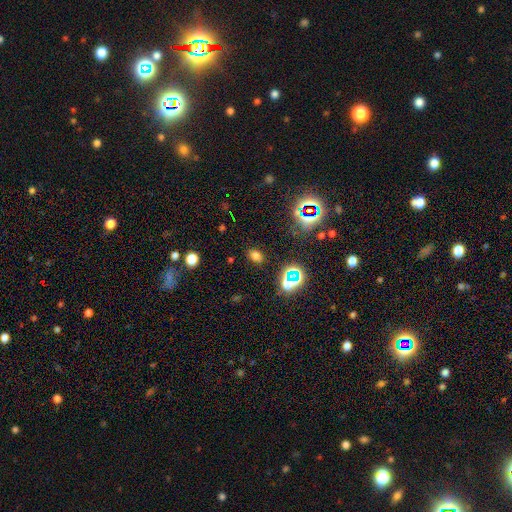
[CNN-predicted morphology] This appears to be a smooth galaxy with no disk features (68%) that is in between round and cigar-shaped (71%). Merging: none (85%).